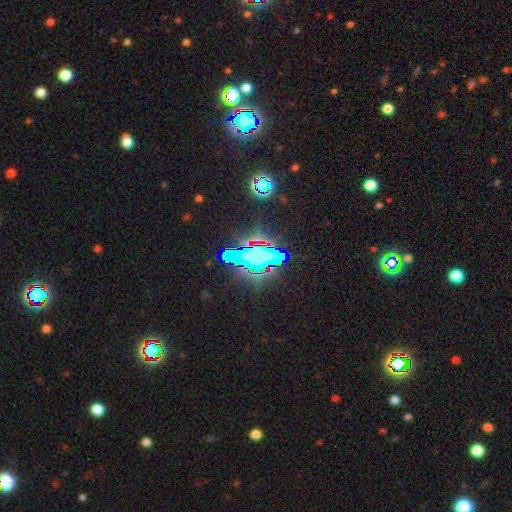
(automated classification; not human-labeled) smooth_or_featured: star or artifact (p=0.60) [alt: smooth p=0.22]